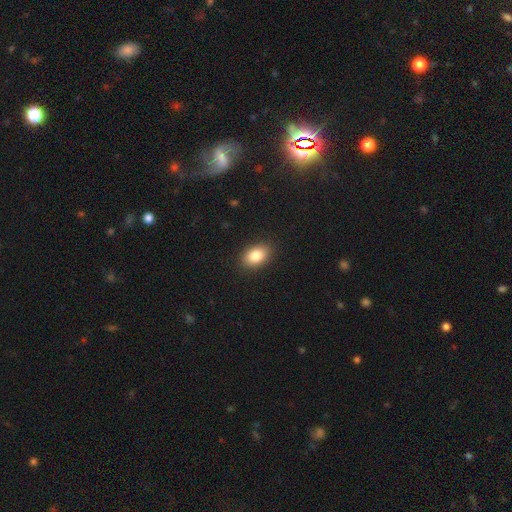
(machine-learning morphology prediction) smooth_or_featured: smooth (p=0.85) [alt: star or artifact p=0.08]
how_rounded: in between (p=0.87) [alt: round p=0.12]
merging: none (p=0.89) [alt: minor disturbance p=0.08]